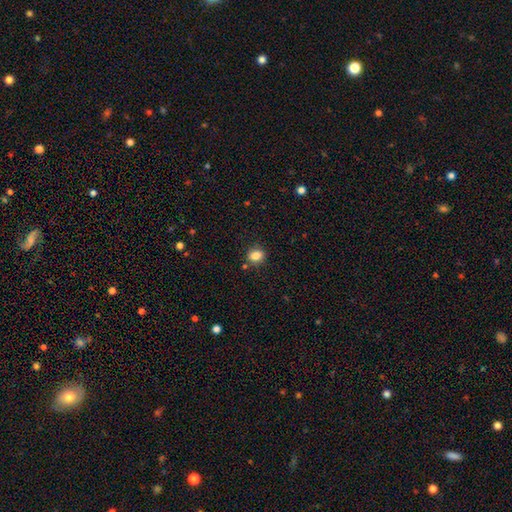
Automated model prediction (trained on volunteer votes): A smooth galaxy with no disk features (84%) that is round (56%). Merging: none (85%).